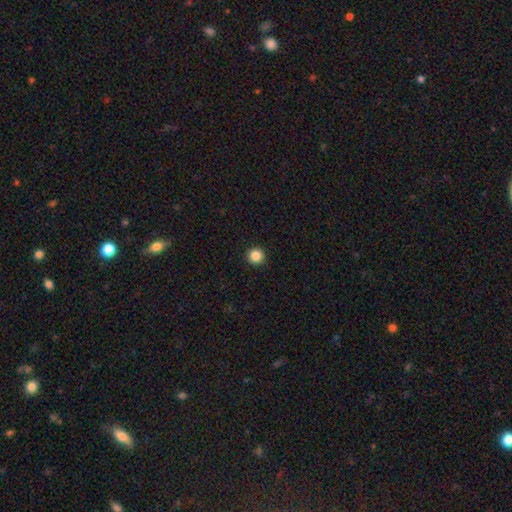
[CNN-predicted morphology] A smooth galaxy with no disk features (86%) that is round (96%). Merging: none (94%).